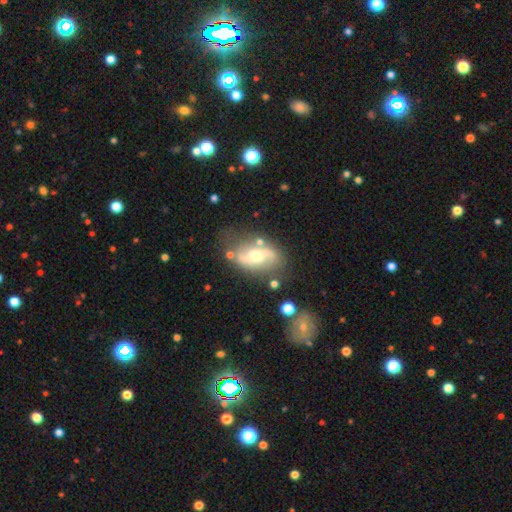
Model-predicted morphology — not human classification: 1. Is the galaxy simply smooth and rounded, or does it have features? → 70% featured or disk, 23% smooth, 7% star or artifact.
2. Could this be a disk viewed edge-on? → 93% no, 7% yes.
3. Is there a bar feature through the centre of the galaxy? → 37% no (tied), 37% weak (tied), 25% strong.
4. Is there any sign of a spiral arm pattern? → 81% yes, 19% no.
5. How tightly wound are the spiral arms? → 61% loose, 29% medium, 10% tight.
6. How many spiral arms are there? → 87% 2, 7% can't tell, 4% 1, 1% 3, 1% more than 4, 1% 4.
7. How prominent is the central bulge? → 66% moderate, 22% small, 9% large, 2% none, 1% dominant.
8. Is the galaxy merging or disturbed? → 66% none, 19% minor disturbance, 8% major disturbance, 7% merger.